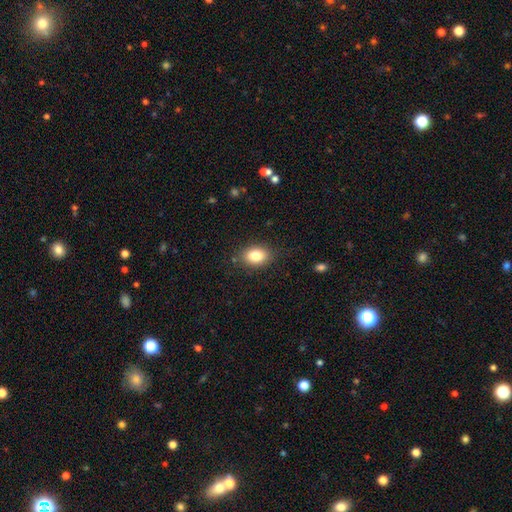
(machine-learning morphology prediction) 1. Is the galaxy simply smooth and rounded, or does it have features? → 82% smooth, 9% star or artifact, 8% featured or disk.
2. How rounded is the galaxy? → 73% in between, 26% round, 1% cigar-shaped.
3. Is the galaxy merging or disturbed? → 84% none, 11% minor disturbance, 3% major disturbance, 1% merger.